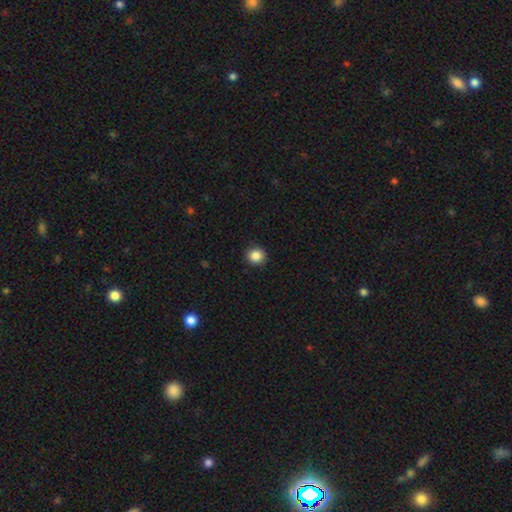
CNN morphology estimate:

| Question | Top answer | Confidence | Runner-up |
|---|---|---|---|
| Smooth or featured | smooth | 86% | star or artifact (10%) |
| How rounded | round | 88% | in between (11%) |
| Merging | none | 91% | minor disturbance (6%) |